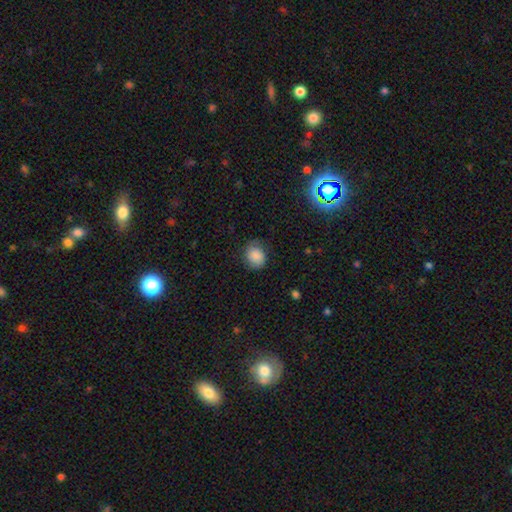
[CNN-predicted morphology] A smooth galaxy with no disk features (81%) that is round (65%).

Vote fractions:
- Smooth or featured? smooth: 81% / featured or disk: 10% / star or artifact: 9%
- How rounded? round: 65% / in between: 34% / cigar-shaped: 1%
- Merging? none: 72% / minor disturbance: 20% / major disturbance: 6% / merger: 1%